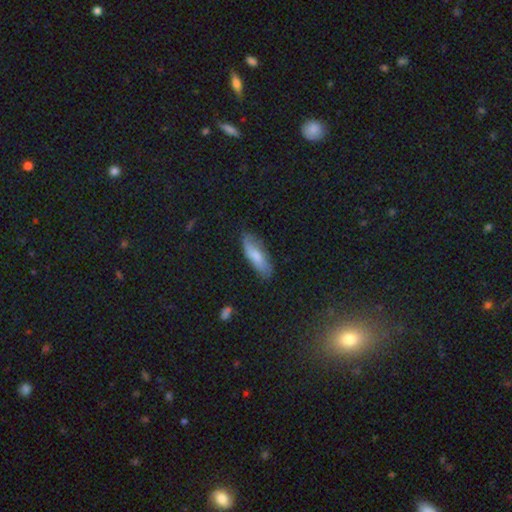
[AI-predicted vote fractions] Smooth or featured? Predicted: smooth (p=0.73). How rounded? Predicted: in between (p=0.56). Merging? Predicted: none (p=0.76).